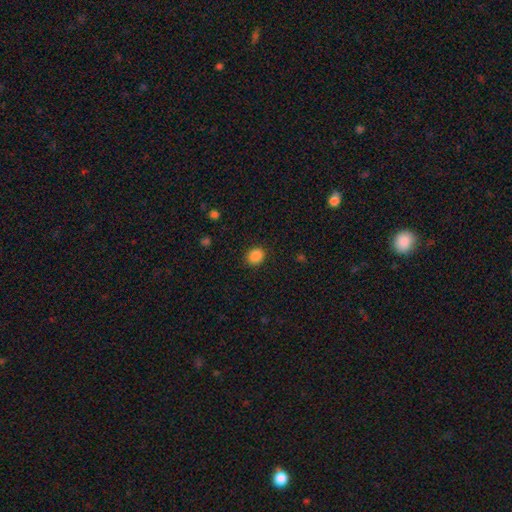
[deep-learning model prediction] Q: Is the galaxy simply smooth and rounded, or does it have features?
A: smooth — 87%.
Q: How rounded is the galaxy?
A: round — 70%.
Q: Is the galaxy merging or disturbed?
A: none — 89%.